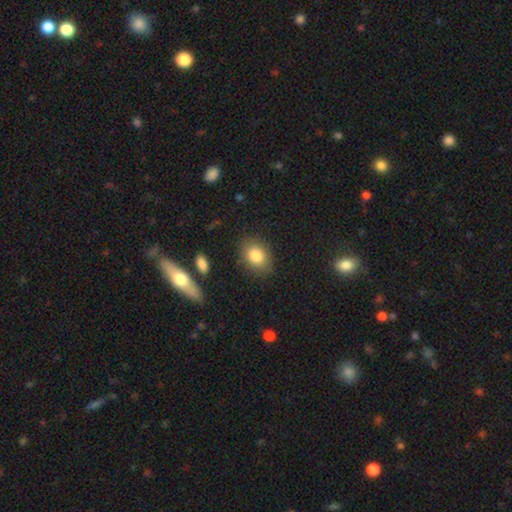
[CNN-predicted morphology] smooth-or-featured: smooth: 82% | star or artifact: 9% | featured or disk: 9%
  how-rounded: in between: 65% | round: 34% | cigar-shaped: 1%
  merging: none: 82% | minor disturbance: 12% | major disturbance: 3% | merger: 2%